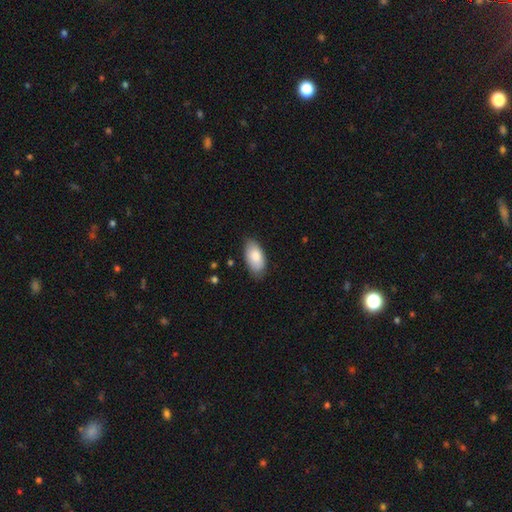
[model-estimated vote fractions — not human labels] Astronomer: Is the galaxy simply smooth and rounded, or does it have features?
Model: smooth — 83%.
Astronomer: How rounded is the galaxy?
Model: in between — 94%.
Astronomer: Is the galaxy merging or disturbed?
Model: none — 77%.